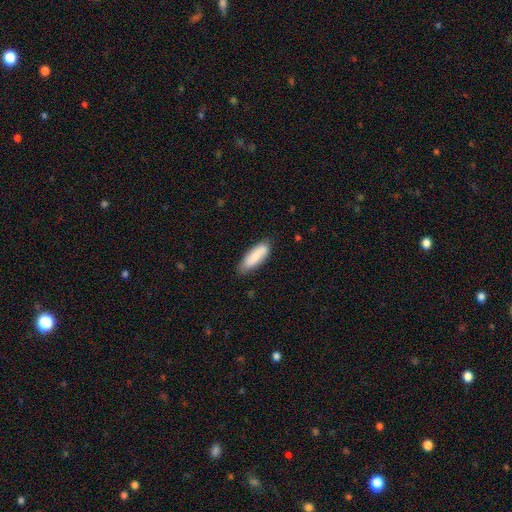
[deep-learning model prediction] smooth-or-featured: smooth: 80% | featured or disk: 14% | star or artifact: 6%
  how-rounded: in between: 64% | cigar-shaped: 34% | round: 2%
  merging: none: 79% | minor disturbance: 17% | major disturbance: 3% | merger: 2%